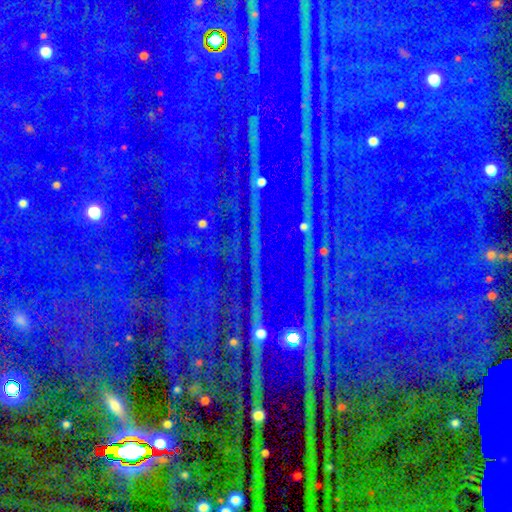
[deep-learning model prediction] Overall: star or artifact (85%).